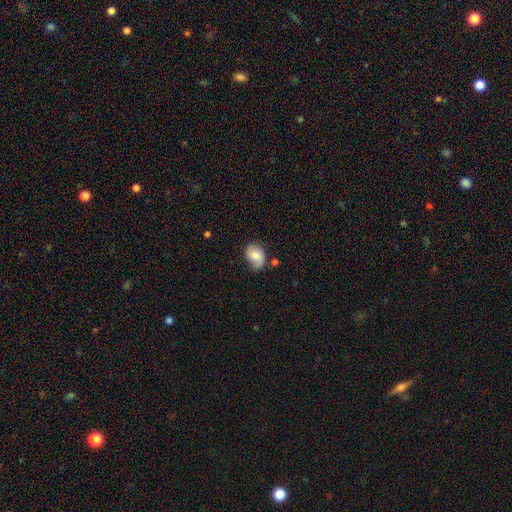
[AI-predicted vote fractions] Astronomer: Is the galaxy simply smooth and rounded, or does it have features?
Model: smooth — 64%.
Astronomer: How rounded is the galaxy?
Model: in between — 74%.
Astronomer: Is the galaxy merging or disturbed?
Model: none — 59%.